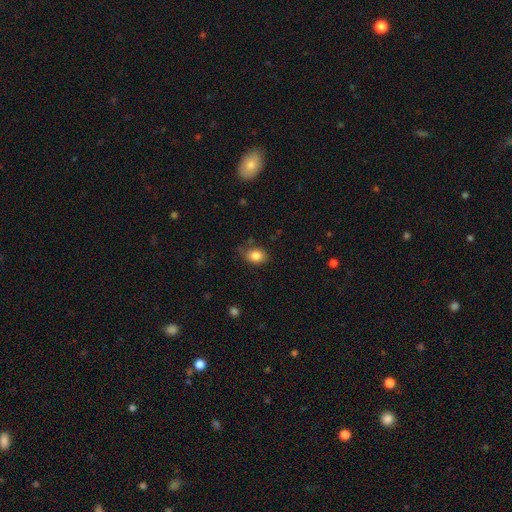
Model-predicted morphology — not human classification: smooth_or_featured: smooth (p=0.84) [alt: star or artifact p=0.09]
how_rounded: in between (p=0.66) [alt: round p=0.33]
merging: none (p=0.72) [alt: minor disturbance p=0.21]